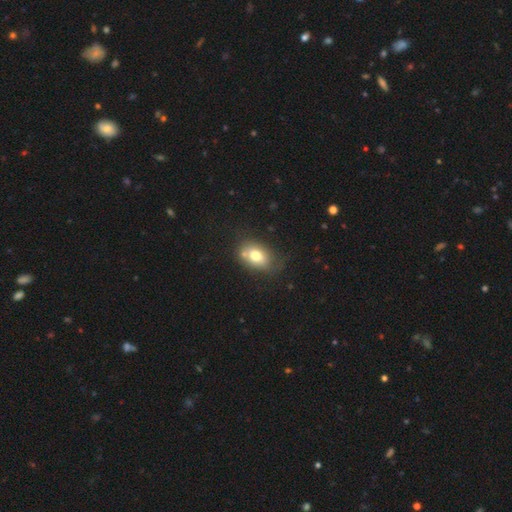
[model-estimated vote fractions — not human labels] This is likely a smooth galaxy (74%). How rounded: likely in between (76%). Merging: likely none (62%).